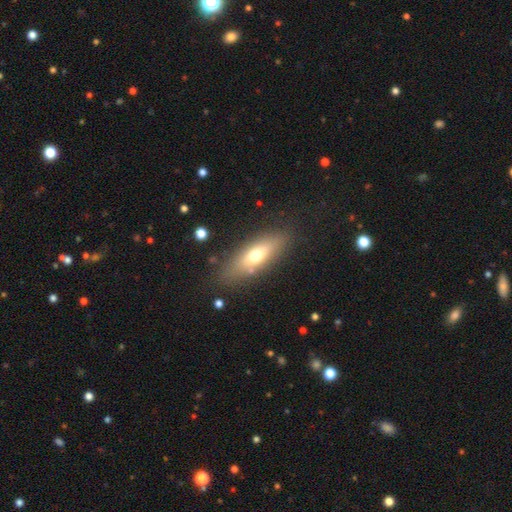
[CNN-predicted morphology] Smooth or featured?
  - smooth: 60% *
  - featured or disk: 32%
  - star or artifact: 7%
How rounded?
  - in between: 54% *
  - cigar-shaped: 43%
  - round: 3%
Merging?
  - none: 82% *
  - minor disturbance: 12%
  - major disturbance: 4%
  - merger: 3%